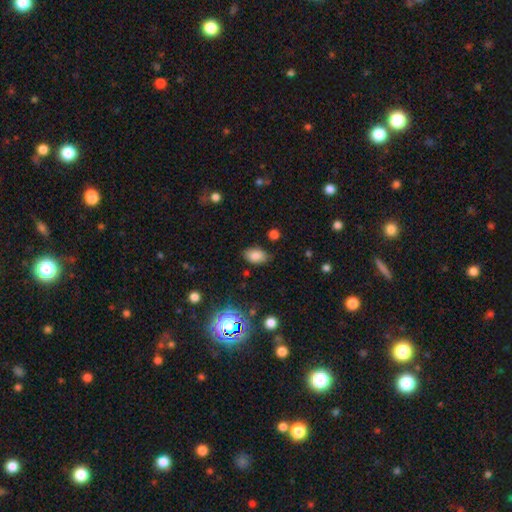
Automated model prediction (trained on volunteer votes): smooth-or-featured: smooth: 83% | star or artifact: 11% | featured or disk: 6%
  how-rounded: in between: 90% | round: 8% | cigar-shaped: 1%
  merging: none: 81% | minor disturbance: 14% | major disturbance: 3% | merger: 2%